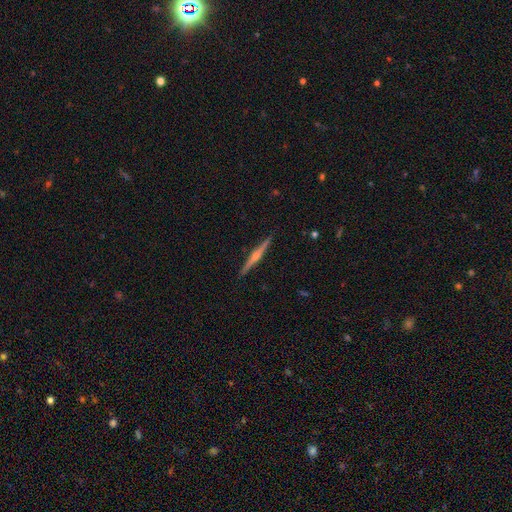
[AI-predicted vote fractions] Q: Smooth or featured?
A: featured or disk (81%); runner-up: smooth (14%)
Q: Edge-on disk?
A: yes (99%); runner-up: no (1%)
Q: Edge-on bulge?
A: rounded (86%); runner-up: none (7%)
Q: Merging?
A: none (92%); runner-up: minor disturbance (5%)